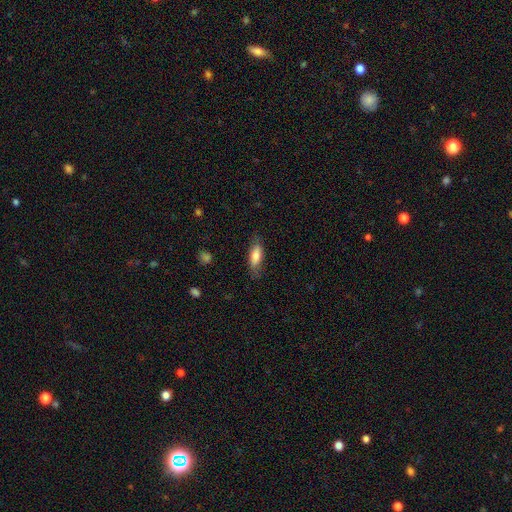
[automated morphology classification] Q: Smooth or featured?
A: smooth (76%); runner-up: featured or disk (17%)
Q: How rounded?
A: in between (65%); runner-up: cigar-shaped (32%)
Q: Merging?
A: none (77%); runner-up: minor disturbance (17%)